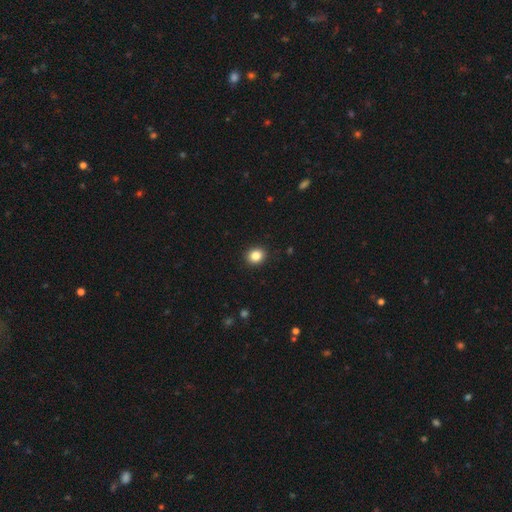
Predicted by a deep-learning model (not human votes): smooth-or-featured: smooth: 85% | star or artifact: 10% | featured or disk: 5%
  how-rounded: round: 77% | in between: 23% | cigar-shaped: 1%
  merging: none: 92% | minor disturbance: 5% | major disturbance: 2% | merger: 1%